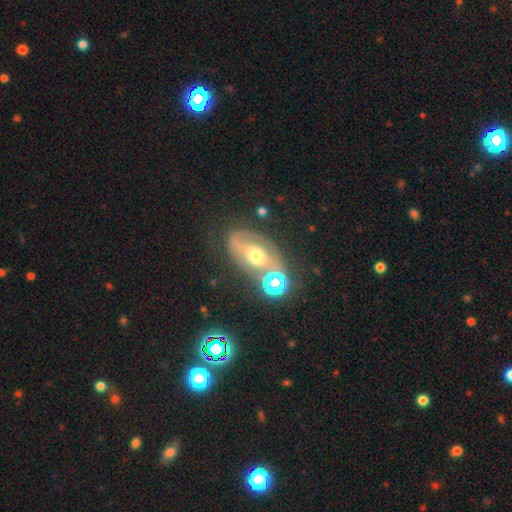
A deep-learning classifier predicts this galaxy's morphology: A featured or disk galaxy (57%) with no bar (58%), spiral arms (53%) and a moderate central bulge (68%).

Vote fractions:
- Smooth or featured? featured or disk: 57% / smooth: 28% / star or artifact: 14%
- Edge-on disk? no: 92% / yes: 8%
- Bar? no: 58% / weak: 25% / strong: 17%
- Spiral arms? yes: 53% / no: 47%
- Bulge size? moderate: 68% / large: 16% / small: 12% / dominant: 3% / none: 2%
- Merging? none: 55% / minor disturbance: 18% / merger: 15% / major disturbance: 12%